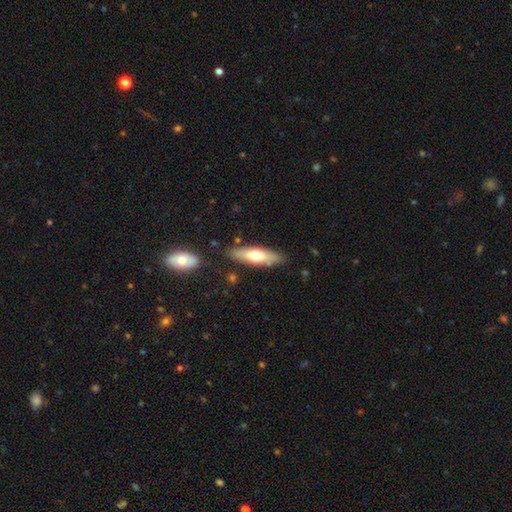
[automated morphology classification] smooth_or_featured: smooth (p=0.57) [alt: featured or disk p=0.38]
how_rounded: cigar-shaped (p=0.62) [alt: in between p=0.36]
merging: none (p=0.83) [alt: minor disturbance p=0.12]